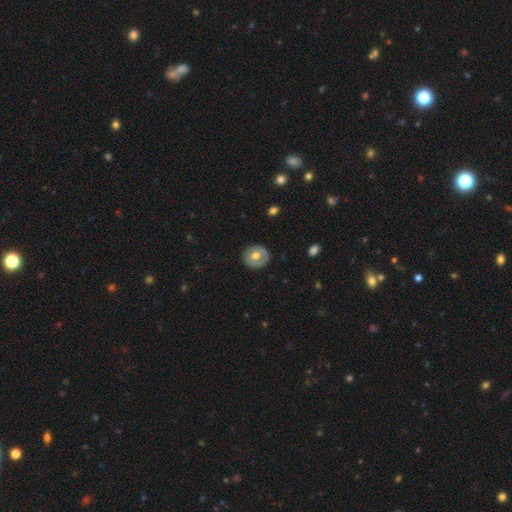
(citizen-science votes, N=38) smooth_or_featured: featured or disk (p=0.53) [alt: smooth p=0.42]
disk_edge_on: no (p=0.95) [alt: yes p=0.05]
bar: no (p=0.89) [alt: strong p=0.05]
has_spiral_arms: no (p=0.84) [alt: yes p=0.16]
bulge_size: moderate (p=0.79) [alt: large p=0.16]
merging: none (p=0.92) [alt: minor disturbance p=0.08]